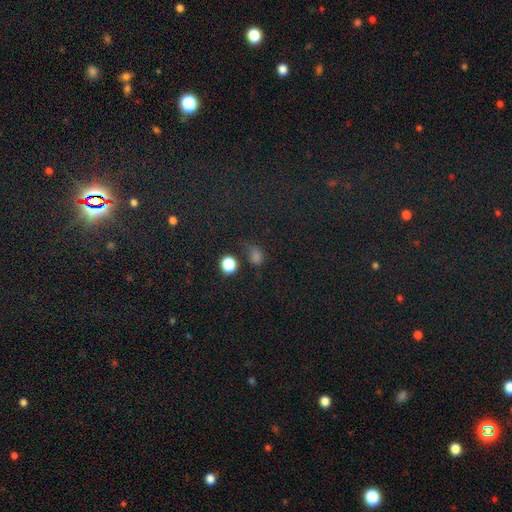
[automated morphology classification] This appears to be a smooth galaxy with no disk features (68%) that is round (52%). Merging: none (60%).